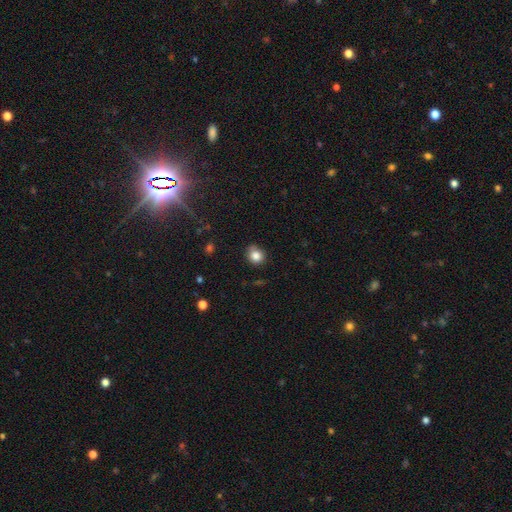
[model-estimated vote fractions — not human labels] A smooth galaxy with no disk features (83%) that is round (76%). Merging: none (73%).